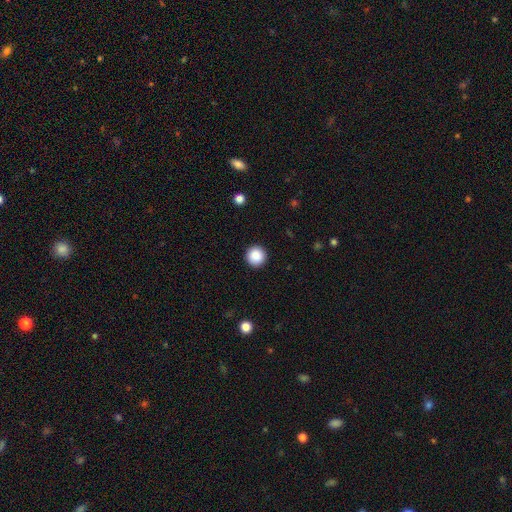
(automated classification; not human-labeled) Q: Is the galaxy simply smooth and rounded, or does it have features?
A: smooth — 88%.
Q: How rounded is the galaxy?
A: round — 96%.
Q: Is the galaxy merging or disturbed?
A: none — 92%.